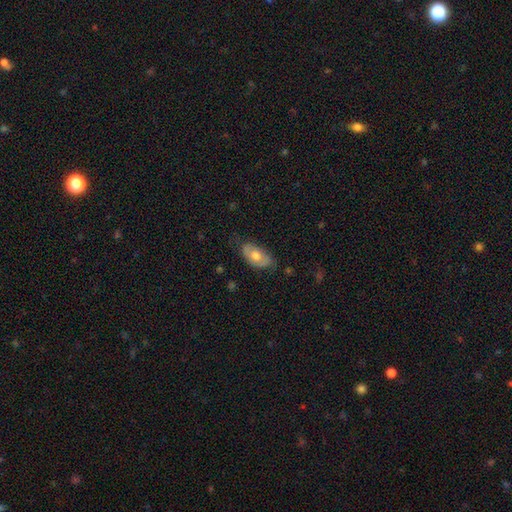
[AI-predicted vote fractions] Smooth or featured? smooth (55%)
How rounded? in between (92%)
Merging? none (69%)